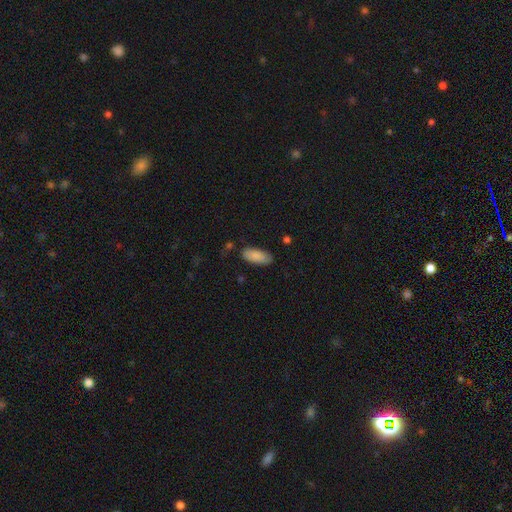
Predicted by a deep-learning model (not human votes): smooth_or_featured: smooth (p=0.88) [alt: featured or disk p=0.06]
how_rounded: in between (p=0.82) [alt: cigar-shaped p=0.16]
merging: none (p=0.83) [alt: minor disturbance p=0.12]